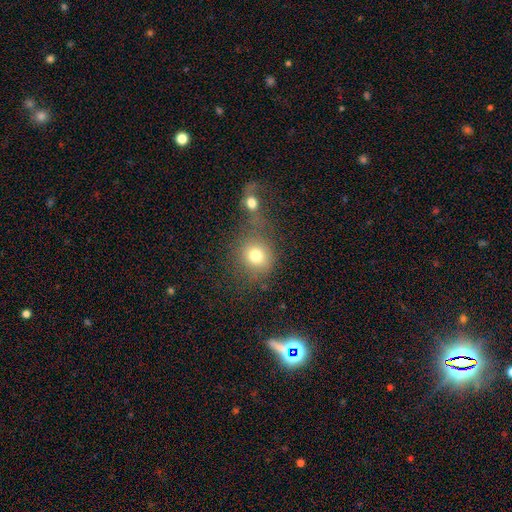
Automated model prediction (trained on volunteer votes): Smooth or featured: smooth — 77% (star or artifact — 12%)
How rounded: round — 82% (in between — 17%)
Merging: none — 49% (merger — 32%)